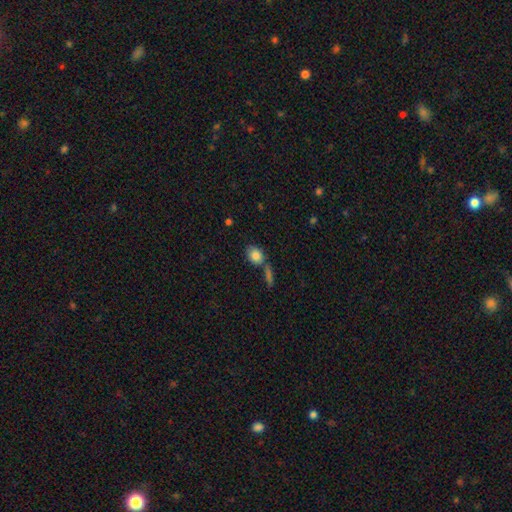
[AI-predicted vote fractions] Smooth or featured? Predicted: smooth (p=0.84). How rounded? Predicted: in between (p=0.65). Merging? Predicted: none (p=0.58).